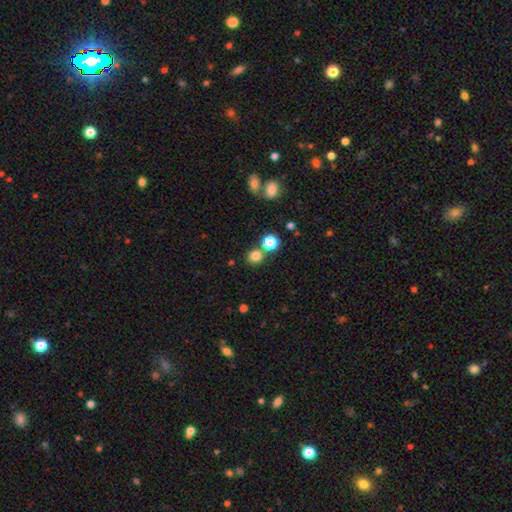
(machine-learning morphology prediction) smooth-or-featured: smooth: 79% | star or artifact: 16% | featured or disk: 6%
  how-rounded: round: 84% | in between: 15% | cigar-shaped: 1%
  merging: none: 72% | merger: 17% | minor disturbance: 8% | major disturbance: 3%